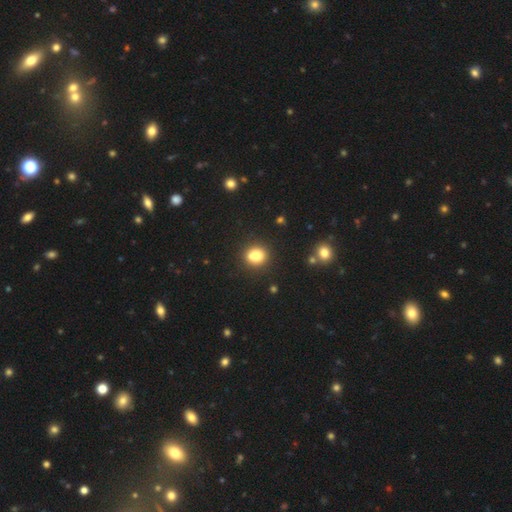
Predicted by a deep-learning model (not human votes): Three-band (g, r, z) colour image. It shows a smooth galaxy with no disk features (78%) that is round (74%). Merging: none (72%).